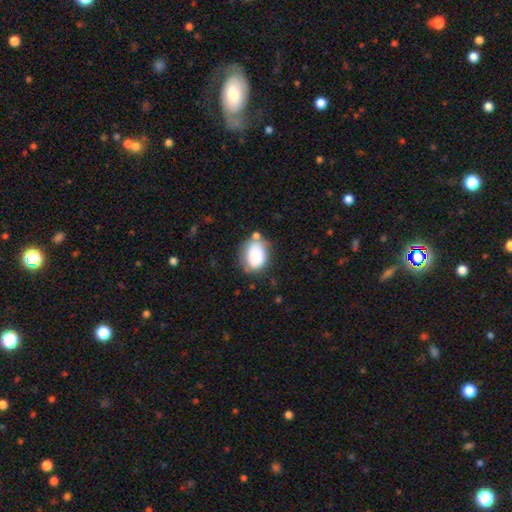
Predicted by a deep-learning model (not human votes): The model was most divided on "merging": none: 56%, minor disturbance: 23%, merger: 13%, major disturbance: 9%. More confident: smooth or featured — smooth (83%); how rounded — in between (77%).